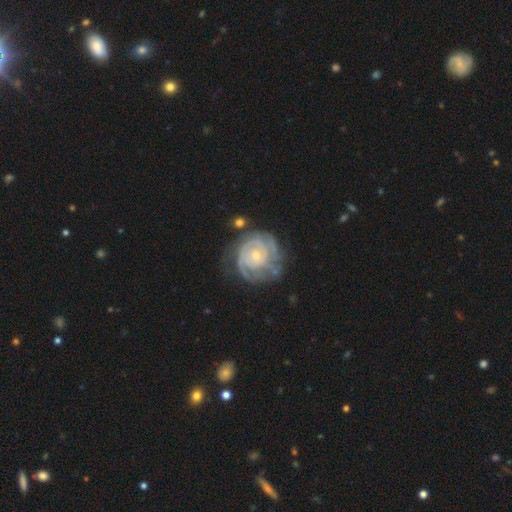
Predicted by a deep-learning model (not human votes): Smooth or featured? featured or disk (83%)
Edge-on disk? no (98%)
Bar? no (81%)
Spiral arms? yes (92%)
Spiral winding? tight (77%)
Spiral arm count? can't tell (38%)
Bulge size? small (67%)
Merging? none (61%)